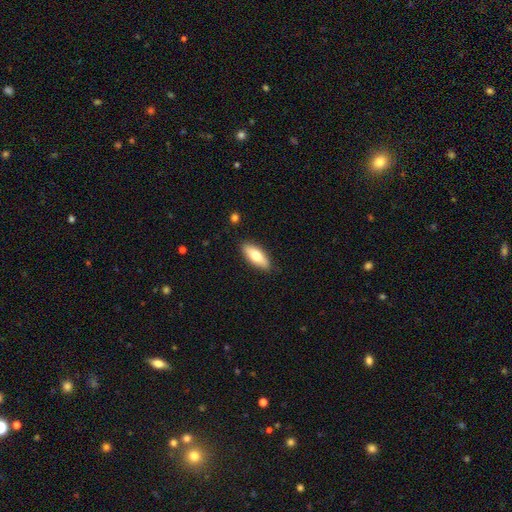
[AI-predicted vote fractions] This appears to be a smooth galaxy with no disk features (66%) that is in between round and cigar-shaped (74%). Merging: none (87%).